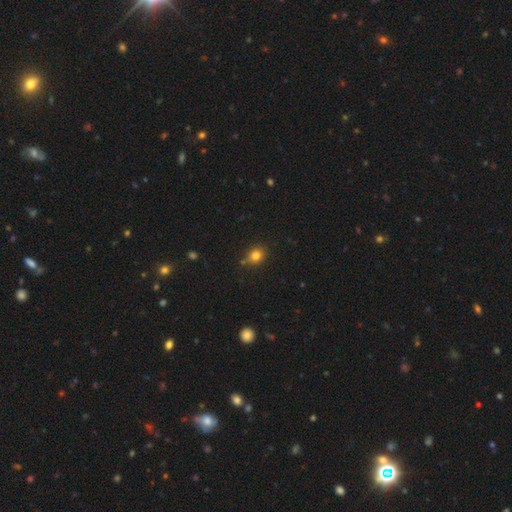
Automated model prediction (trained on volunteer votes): smooth-or-featured: smooth: 80% | star or artifact: 13% | featured or disk: 7%
  how-rounded: round: 63% | in between: 36% | cigar-shaped: 1%
  merging: none: 74% | minor disturbance: 17% | merger: 6% | major disturbance: 3%